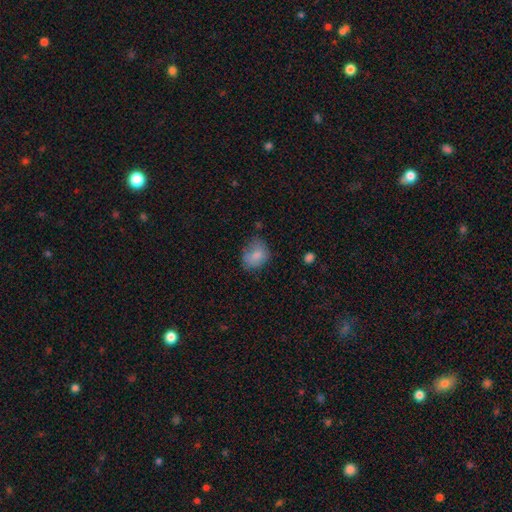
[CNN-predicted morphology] A smooth galaxy with no disk features (79%) that is round (51%). Merging: none (56%).